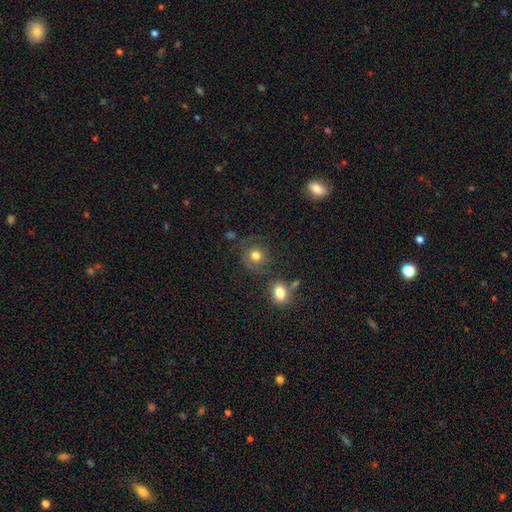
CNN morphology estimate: A smooth galaxy with no disk features (68%) that is round (86%). Merging: none (62%).